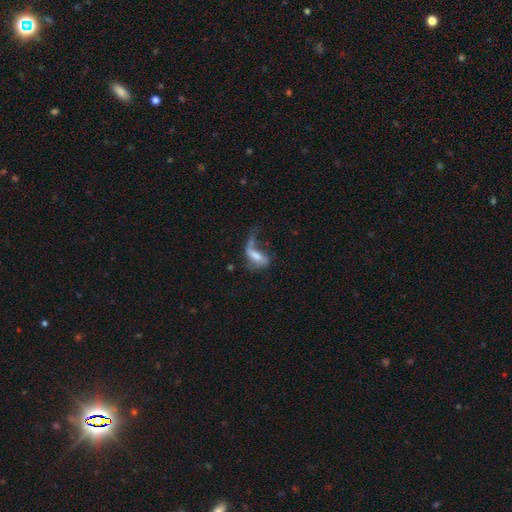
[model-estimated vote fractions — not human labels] Q: Smooth or featured?
A: featured or disk (52%); runner-up: smooth (38%)
Q: Edge-on disk?
A: no (89%); runner-up: yes (11%)
Q: Merging?
A: major disturbance (51%); runner-up: none (23%)